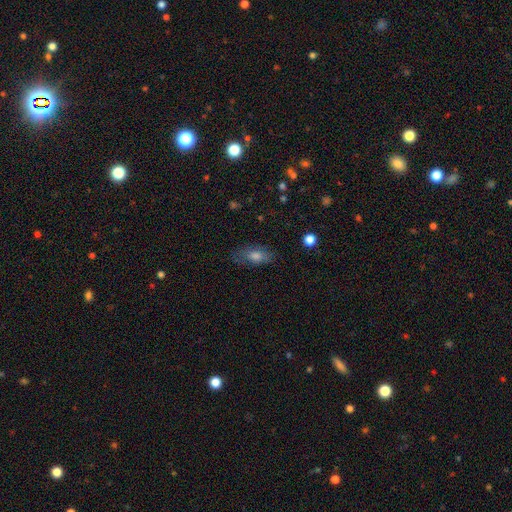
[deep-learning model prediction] smooth_or_featured: smooth (p=0.67) [alt: featured or disk p=0.22]
how_rounded: in between (p=0.81) [alt: cigar-shaped p=0.13]
merging: none (p=0.75) [alt: minor disturbance p=0.18]